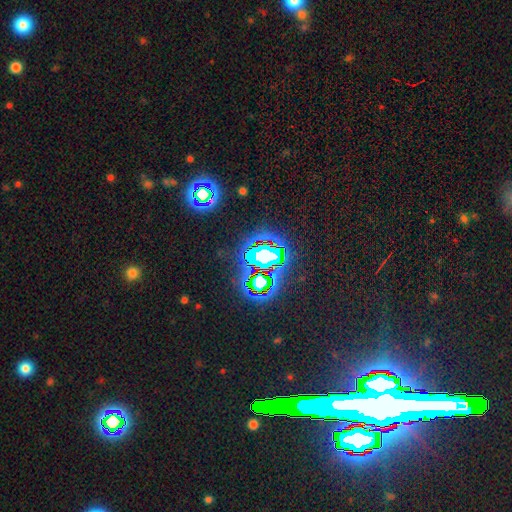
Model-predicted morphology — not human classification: Smooth or featured: star or artifact — 80% (smooth — 12%)